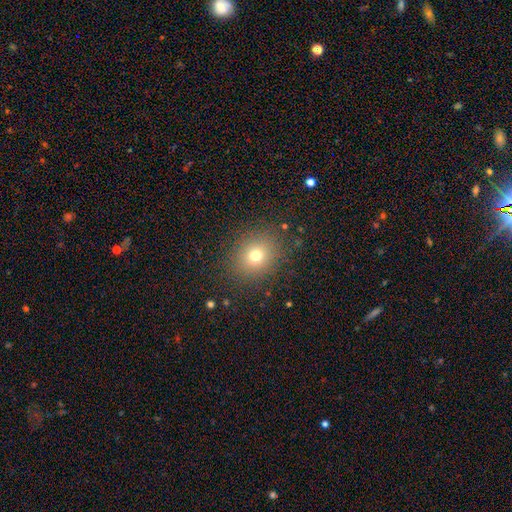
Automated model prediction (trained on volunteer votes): A smooth galaxy with no disk features (71%) that is round (68%). Merging: none (86%).